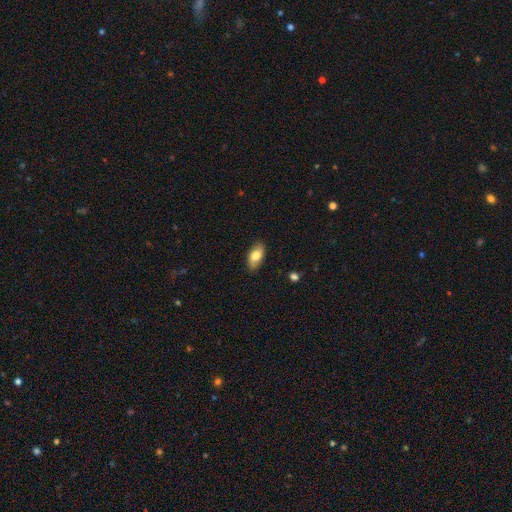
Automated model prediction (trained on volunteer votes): The model was most divided on "smooth or featured": smooth: 77%, featured or disk: 16%, star or artifact: 7%. More confident: how rounded — in between (91%); merging — none (84%).